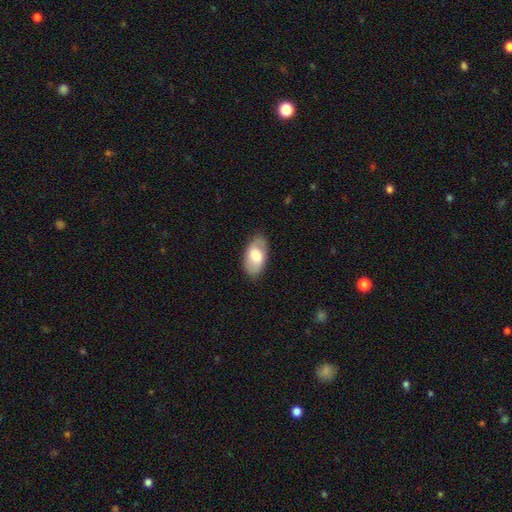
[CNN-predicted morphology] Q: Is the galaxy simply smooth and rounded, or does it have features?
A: smooth — 65%.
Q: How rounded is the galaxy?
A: in between — 94%.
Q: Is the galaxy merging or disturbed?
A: none — 83%.